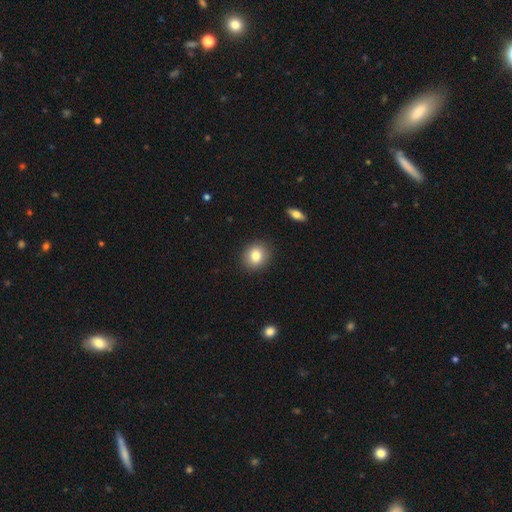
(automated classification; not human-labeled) The model was most divided on "how rounded": round: 72%, in between: 27%, cigar-shaped: 1%. More confident: merging — none (89%); smooth or featured — smooth (82%).